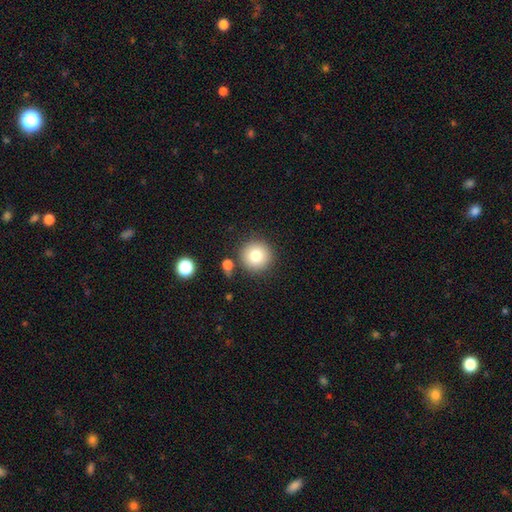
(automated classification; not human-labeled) Smooth or featured: smooth — 79% (star or artifact — 11%)
How rounded: round — 95% (in between — 4%)
Merging: none — 84% (minor disturbance — 8%)